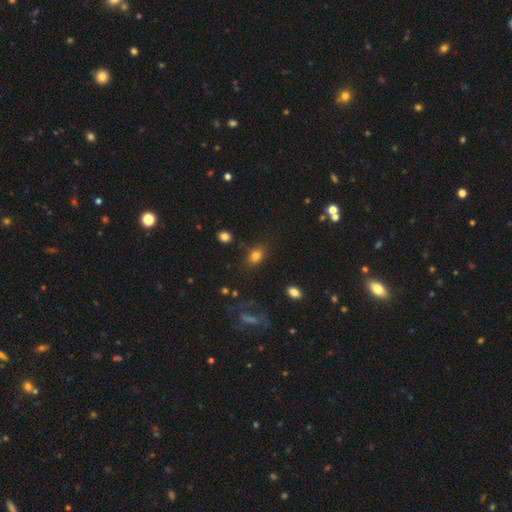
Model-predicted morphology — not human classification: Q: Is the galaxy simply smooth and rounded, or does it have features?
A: smooth — 78%.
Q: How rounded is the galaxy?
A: in between — 53%.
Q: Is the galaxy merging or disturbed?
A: none — 71%.